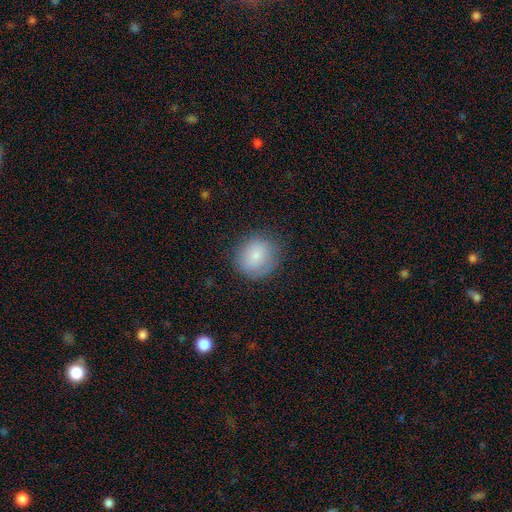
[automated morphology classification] Smooth or featured? smooth (78%)
How rounded? round (83%)
Merging? none (81%)